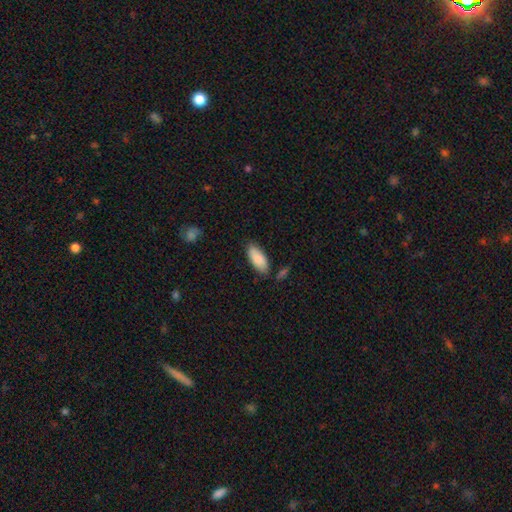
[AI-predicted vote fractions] smooth 86%, featured or disk 8%, star or artifact 6%. Down the decision tree: how rounded — in between (83%); merging — none (80%).